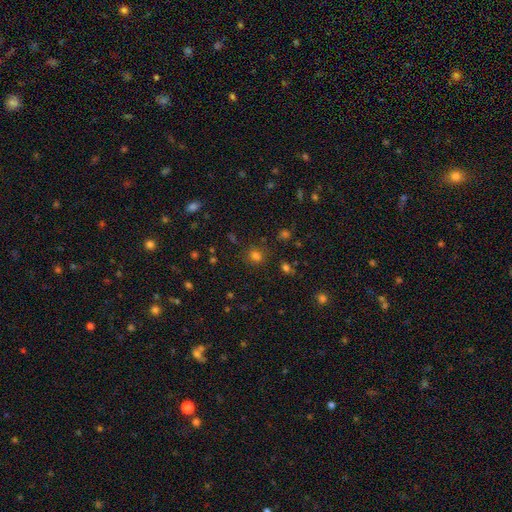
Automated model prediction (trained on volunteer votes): A smooth galaxy with no disk features (69%) that is round (62%).

Vote fractions:
- Smooth or featured? smooth: 69% / star or artifact: 24% / featured or disk: 7%
- How rounded? round: 62% / in between: 37% / cigar-shaped: 1%
- Merging? none: 71% / minor disturbance: 14% / merger: 9% / major disturbance: 5%